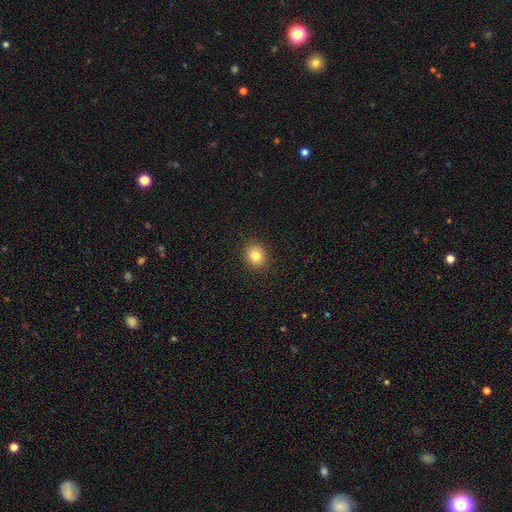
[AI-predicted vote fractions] Overall: smooth (81%). How rounded: round (73%). Merging: none (90%).